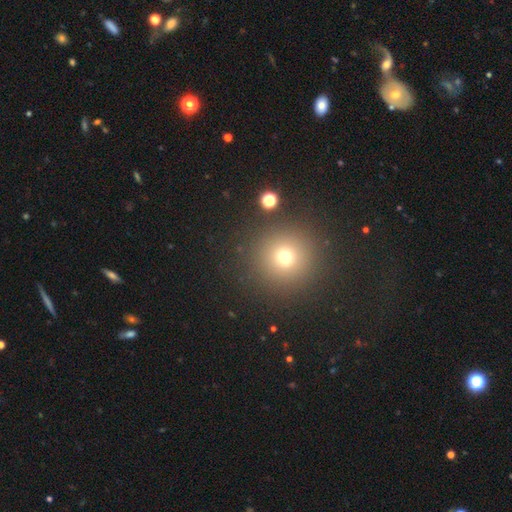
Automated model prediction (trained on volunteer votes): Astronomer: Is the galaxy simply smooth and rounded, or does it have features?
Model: smooth — 60%.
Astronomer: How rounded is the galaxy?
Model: round — 94%.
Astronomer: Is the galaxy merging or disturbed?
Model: none — 89%.